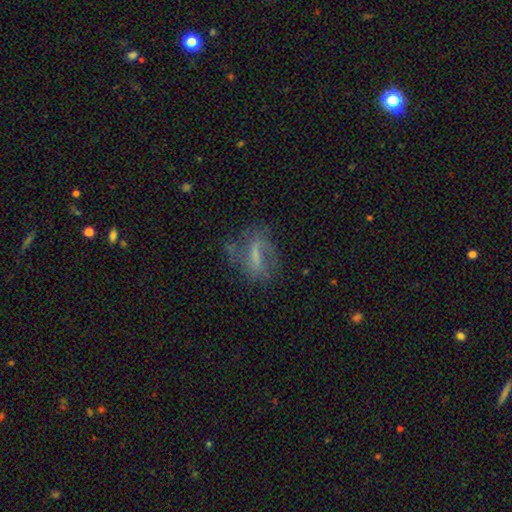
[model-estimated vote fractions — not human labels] smooth-or-featured: featured or disk: 58% | smooth: 31% | star or artifact: 11%
  disk-edge-on: no: 92% | yes: 8%
    bar: weak: 41% | strong: 36% | no: 22%
    has-spiral-arms: yes: 70% | no: 30%
    bulge-size: none: 41% | small: 29% | moderate: 23% | large: 5% | dominant: 1%
  merging: none: 52% | minor disturbance: 24% | major disturbance: 21% | merger: 3%